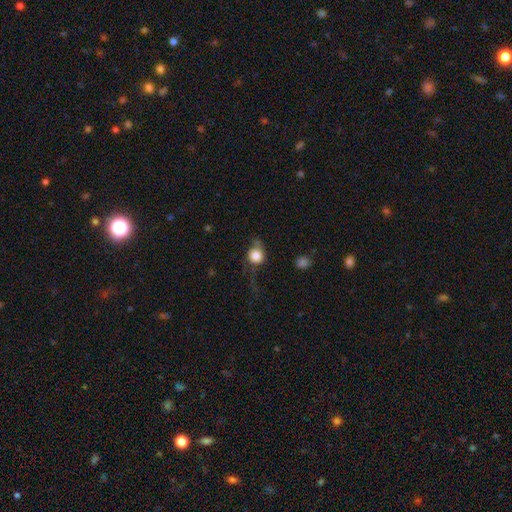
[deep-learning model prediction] A smooth galaxy with no disk features (77%) that is round (84%).

Vote fractions:
- Smooth or featured? smooth: 77% / featured or disk: 14% / star or artifact: 9%
- How rounded? round: 84% / in between: 14% / cigar-shaped: 1%
- Merging? none: 51% / minor disturbance: 25% / major disturbance: 20% / merger: 4%